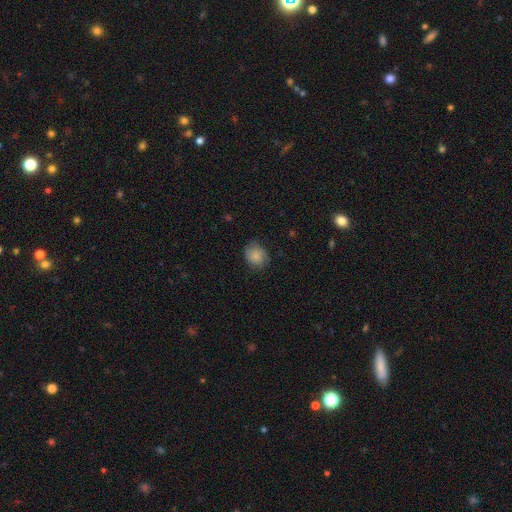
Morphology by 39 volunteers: Smooth or featured?
  - smooth: 87% *
  - featured or disk: 10%
  - star or artifact: 3%
How rounded?
  - round: 76% *
  - in between: 24%
  - cigar-shaped: 0%
Merging?
  - none: 84% *
  - minor disturbance: 16%
  - major disturbance: 0%
  - merger: 0%